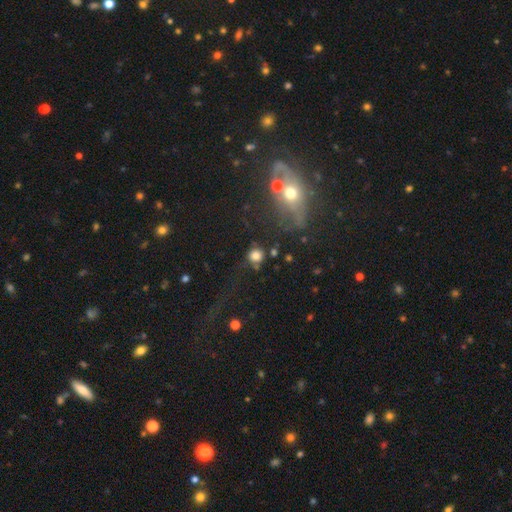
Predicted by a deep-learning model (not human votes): Morphology: type=smooth (78%); roundness=round (90%); merging=none (69%).